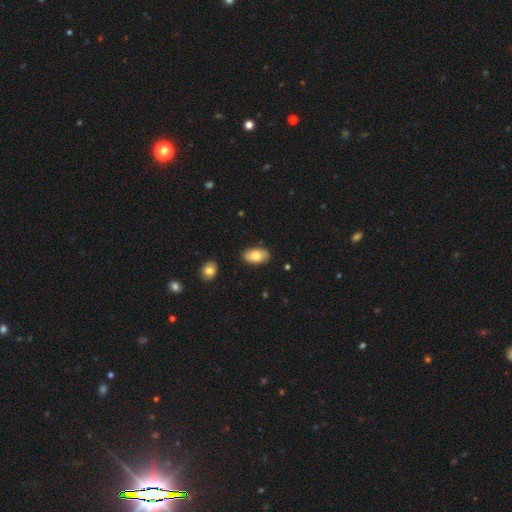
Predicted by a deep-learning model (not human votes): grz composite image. It shows a smooth galaxy with no disk features (79%) that is in between round and cigar-shaped (94%). Merging: none (85%).